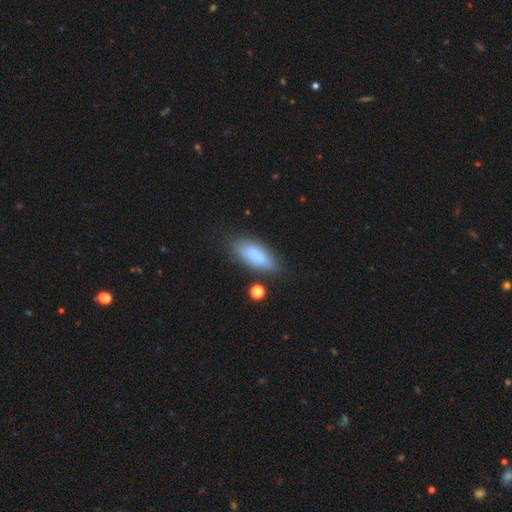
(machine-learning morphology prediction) Q: Smooth or featured?
A: smooth (78%); runner-up: featured or disk (14%)
Q: How rounded?
A: in between (78%); runner-up: cigar-shaped (19%)
Q: Merging?
A: none (69%); runner-up: minor disturbance (19%)